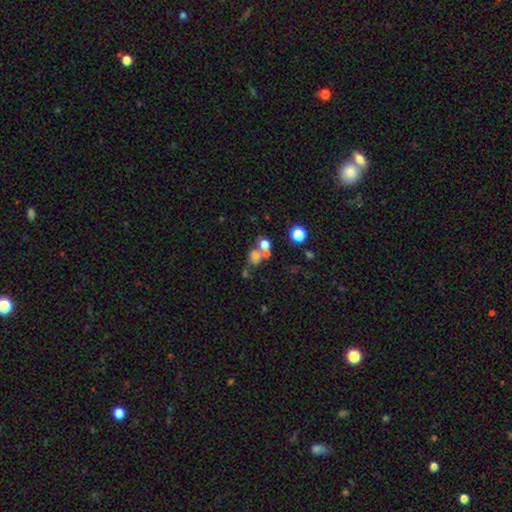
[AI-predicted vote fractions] A smooth galaxy with no disk features (60%) that is round (61%). Merging: merger (47%).